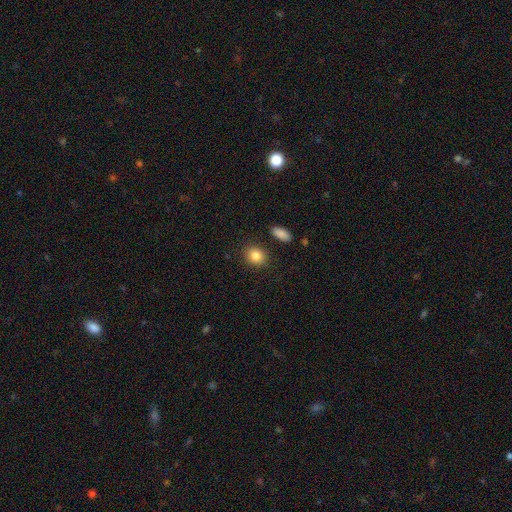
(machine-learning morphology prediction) This is clearly a smooth galaxy (86%). How rounded: likely round (63%). Merging: clearly none (87%).